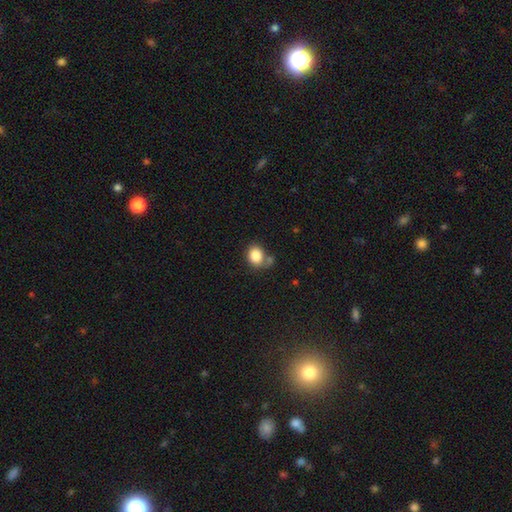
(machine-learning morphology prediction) A smooth galaxy with no disk features (84%) that is round (55%). Merging: none (57%).